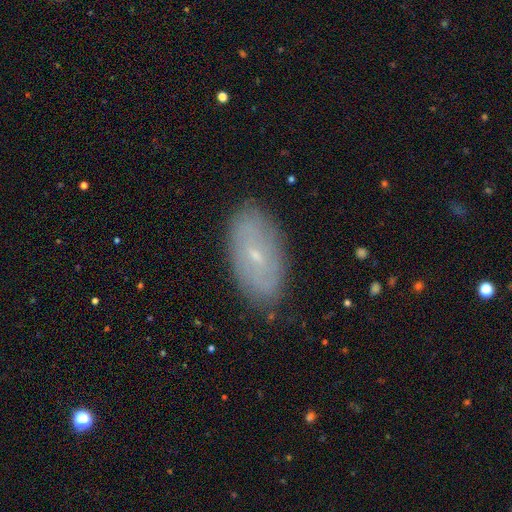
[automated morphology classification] smooth-or-featured: featured or disk: 49% | smooth: 41% | star or artifact: 10%
  merging: none: 84% | minor disturbance: 12% | major disturbance: 3% | merger: 1%